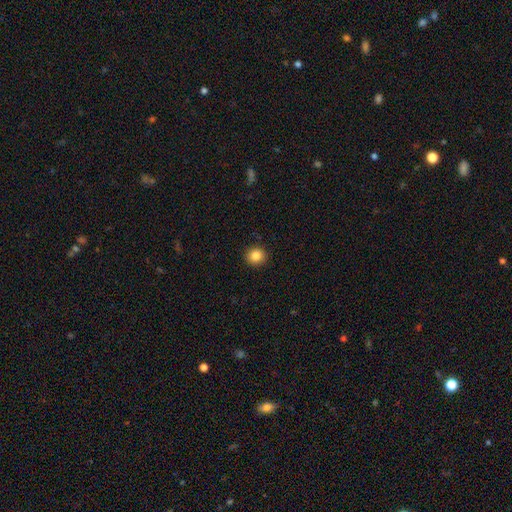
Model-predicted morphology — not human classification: This is clearly a smooth galaxy (85%). How rounded: clearly round (89%). Merging: clearly none (92%).